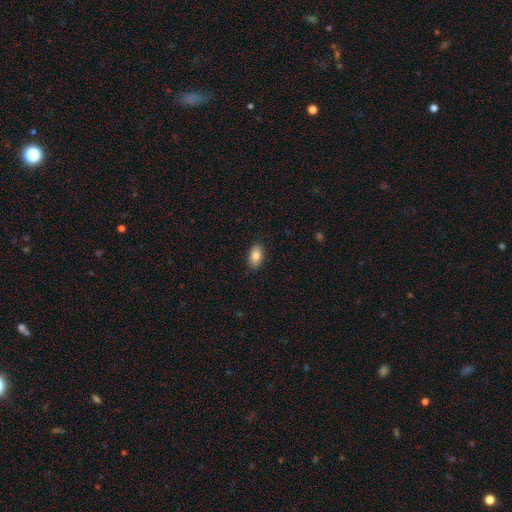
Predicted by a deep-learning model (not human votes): Q: Smooth or featured?
A: smooth (84%); runner-up: featured or disk (8%)
Q: How rounded?
A: in between (92%); runner-up: round (6%)
Q: Merging?
A: none (87%); runner-up: minor disturbance (10%)